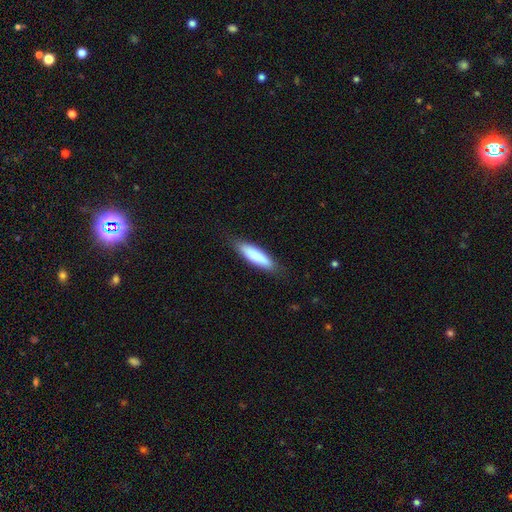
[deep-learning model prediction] Smooth or featured? Predicted: smooth (p=0.86). How rounded? Predicted: cigar-shaped (p=0.65). Merging? Predicted: none (p=0.84).